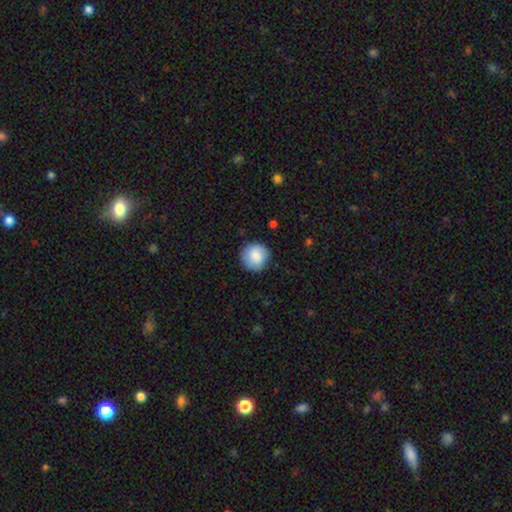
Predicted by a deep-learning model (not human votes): Overall: smooth (85%). How rounded: round (94%). Merging: none (87%).